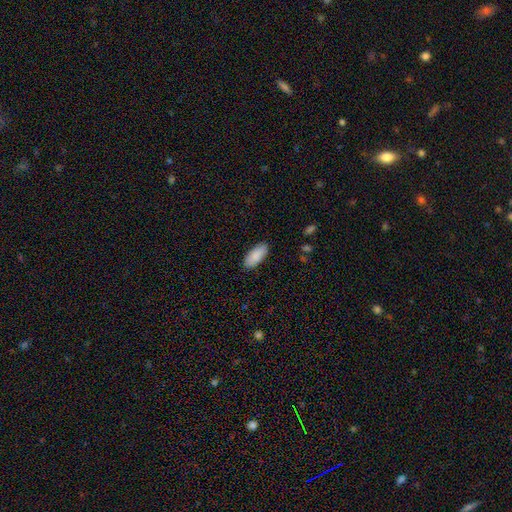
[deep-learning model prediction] This appears to be a smooth galaxy with no disk features (89%) that is in between round and cigar-shaped (88%). Merging: none (88%).